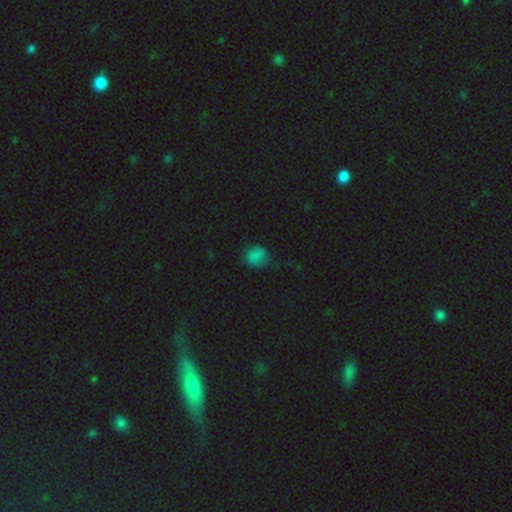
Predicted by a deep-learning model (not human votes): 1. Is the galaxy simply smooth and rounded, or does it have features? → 76% smooth, 17% star or artifact, 7% featured or disk.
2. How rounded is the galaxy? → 76% round, 23% in between, 1% cigar-shaped.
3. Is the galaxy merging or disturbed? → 70% none, 22% minor disturbance, 6% major disturbance, 2% merger.